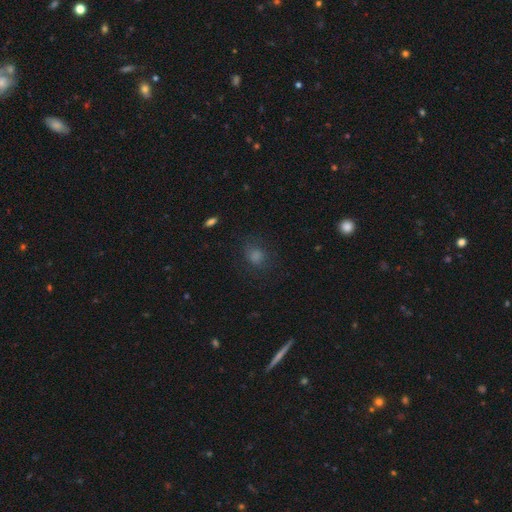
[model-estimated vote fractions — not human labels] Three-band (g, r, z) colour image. It shows a smooth galaxy with no disk features (63%) that is round (63%). Merging: none (76%).